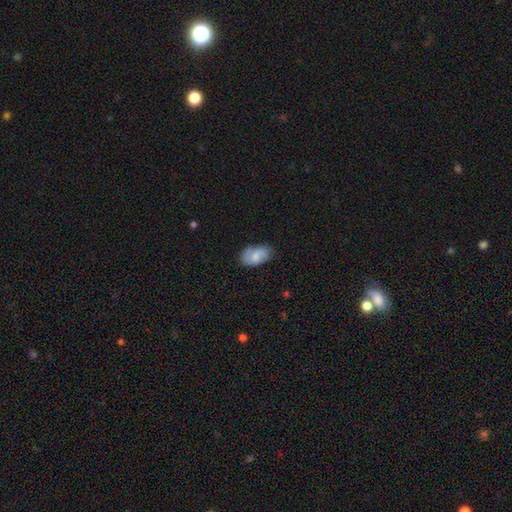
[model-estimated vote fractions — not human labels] Morphology: type=smooth (69%); roundness=in between (93%); merging=none (68%).